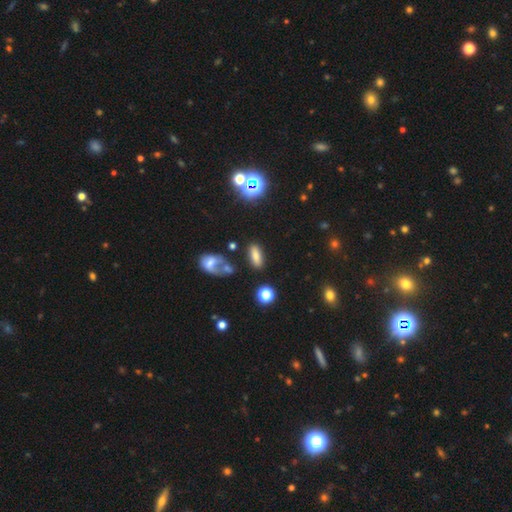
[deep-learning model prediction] Smooth or featured: smooth — 73% (star or artifact — 14%)
How rounded: in between — 72% (cigar-shaped — 22%)
Merging: none — 71% (minor disturbance — 13%)